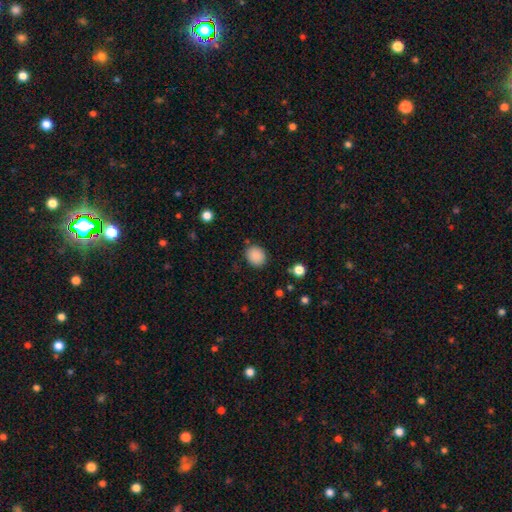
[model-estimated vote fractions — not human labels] The model was most divided on "how rounded": round: 69%, in between: 30%, cigar-shaped: 1%. More confident: smooth or featured — smooth (88%); merging — none (85%).